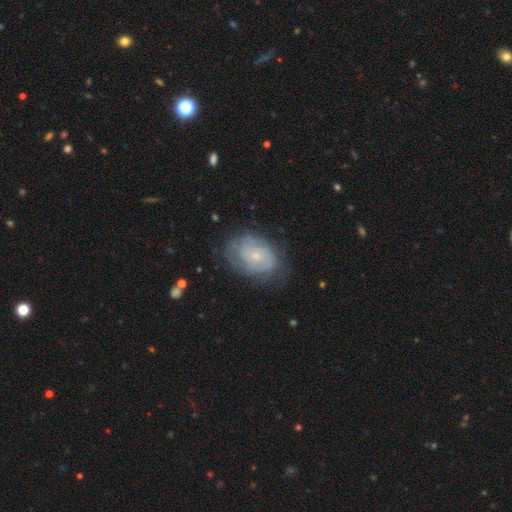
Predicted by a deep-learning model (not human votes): Overall: featured or disk (64%; smooth 28%). Edge-on disk: no (96%). Bar: no (79%). Spiral arms: yes (78%). Bulge size: small (76%). Merging: none (66%).